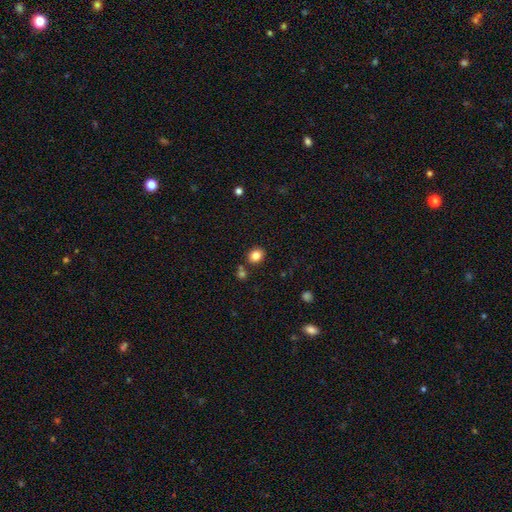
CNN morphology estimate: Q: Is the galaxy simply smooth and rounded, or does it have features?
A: smooth — 84%.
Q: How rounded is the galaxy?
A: round — 62%.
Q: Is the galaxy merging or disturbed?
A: none — 80%.